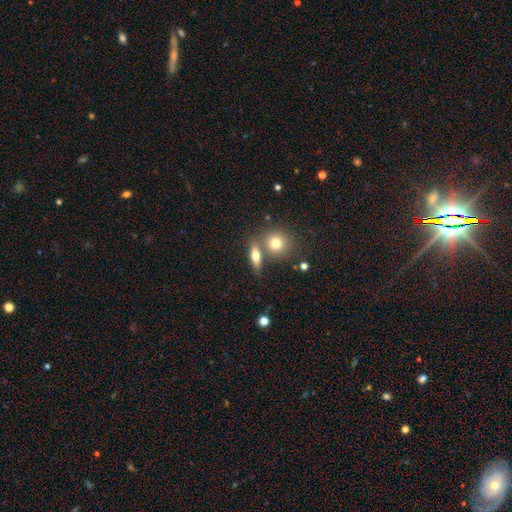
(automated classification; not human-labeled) Q: Smooth or featured?
A: smooth (63%); runner-up: featured or disk (27%)
Q: How rounded?
A: in between (48%); runner-up: cigar-shaped (31%)
Q: Merging?
A: none (64%); runner-up: merger (22%)